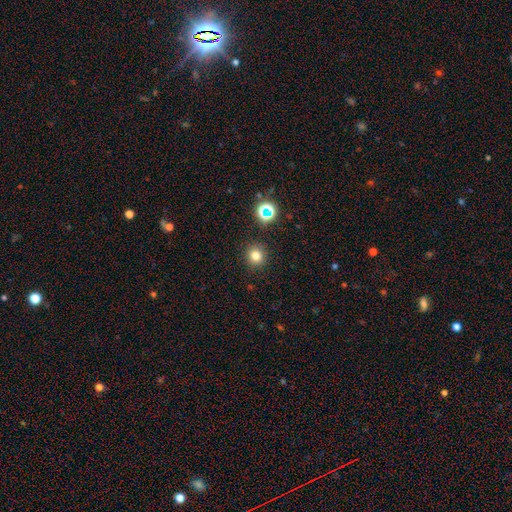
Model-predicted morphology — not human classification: Smooth or featured? smooth (77%)
How rounded? round (92%)
Merging? none (90%)